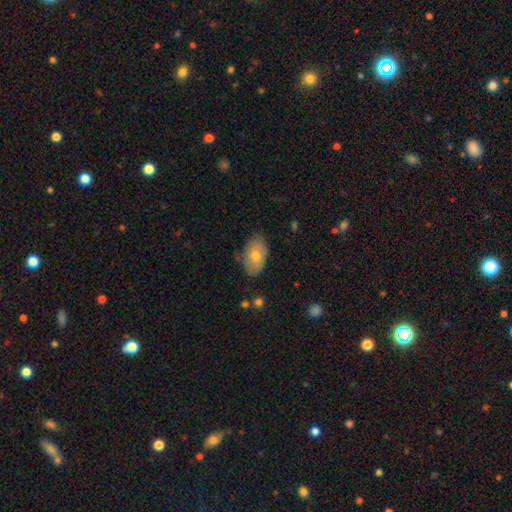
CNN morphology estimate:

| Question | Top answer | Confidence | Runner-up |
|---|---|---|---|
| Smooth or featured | smooth | 67% | featured or disk (26%) |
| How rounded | in between | 91% | round (8%) |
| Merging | none | 75% | minor disturbance (20%) |